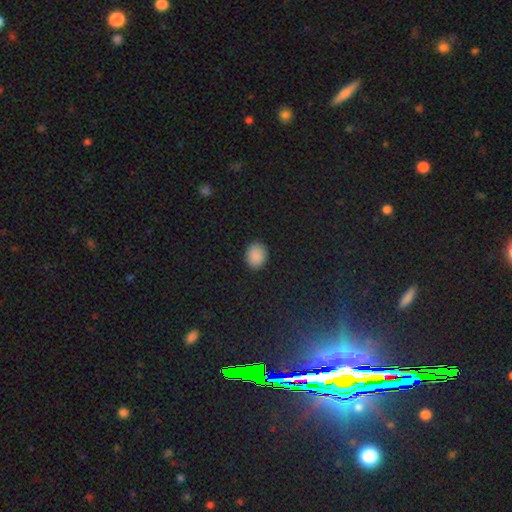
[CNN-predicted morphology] A smooth galaxy with no disk features (89%) that is round (62%).

Vote fractions:
- Smooth or featured? smooth: 89% / star or artifact: 8% / featured or disk: 3%
- How rounded? round: 62% / in between: 37% / cigar-shaped: 1%
- Merging? none: 89% / minor disturbance: 8% / major disturbance: 2% / merger: 1%